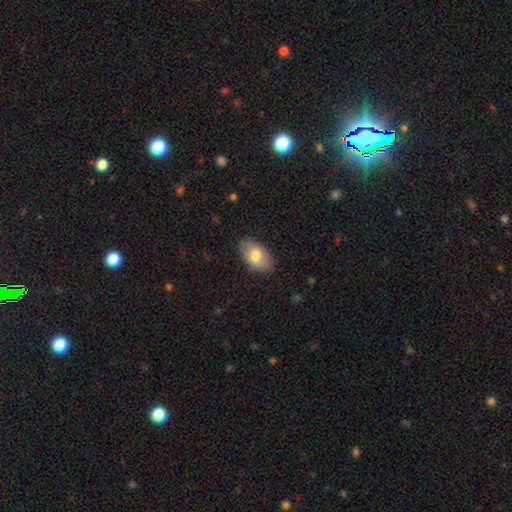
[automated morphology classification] A smooth galaxy with no disk features (73%) that is in between round and cigar-shaped (92%).

Vote fractions:
- Smooth or featured? smooth: 73% / featured or disk: 21% / star or artifact: 6%
- How rounded? in between: 92% / round: 7% / cigar-shaped: 1%
- Merging? none: 82% / minor disturbance: 14% / major disturbance: 3% / merger: 1%